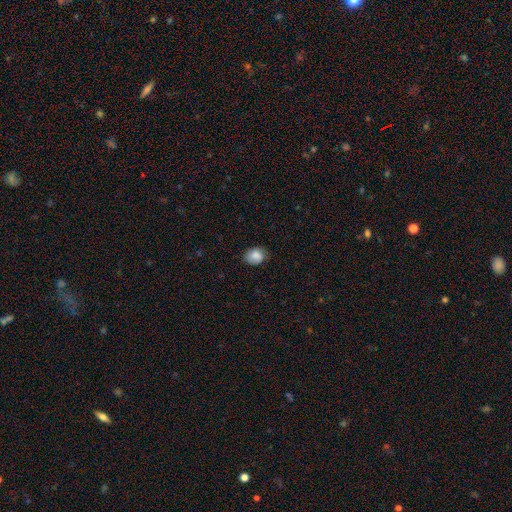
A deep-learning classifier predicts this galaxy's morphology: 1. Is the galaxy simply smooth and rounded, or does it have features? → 84% smooth, 8% star or artifact, 8% featured or disk.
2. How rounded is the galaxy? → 52% round, 48% in between, 1% cigar-shaped.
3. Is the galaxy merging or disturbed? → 77% none, 18% minor disturbance, 4% major disturbance, 1% merger.